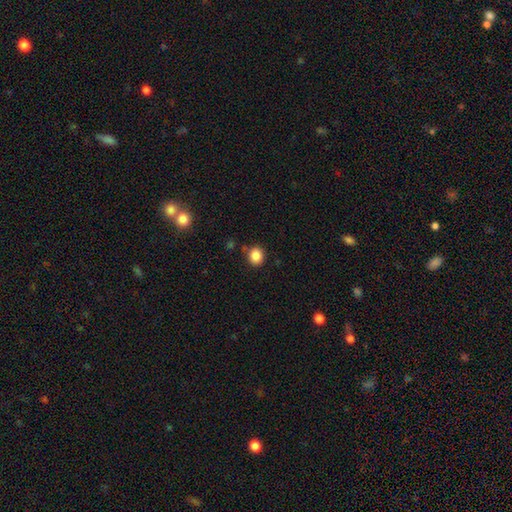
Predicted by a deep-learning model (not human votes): Smooth or featured?
  - smooth: 86% *
  - star or artifact: 10%
  - featured or disk: 4%
How rounded?
  - round: 79% *
  - in between: 20%
  - cigar-shaped: 1%
Merging?
  - none: 85% *
  - minor disturbance: 9%
  - merger: 4%
  - major disturbance: 3%